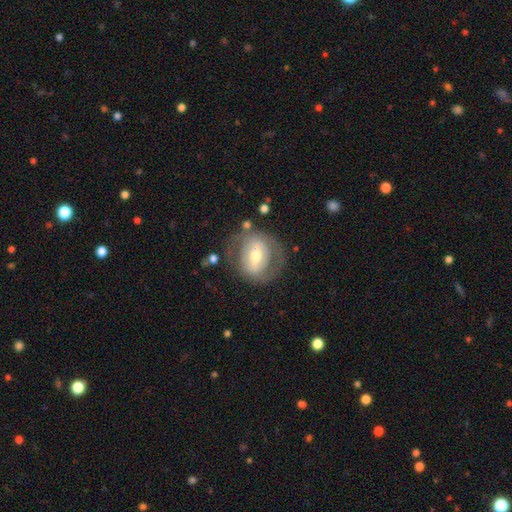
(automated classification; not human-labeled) Overall: featured or disk (65%; smooth 29%). Edge-on disk: no (94%). Bar: strong (41%; weak 36%). Spiral arms: no (52%; yes 48%). Bulge size: moderate (66%). Merging: none (68%).